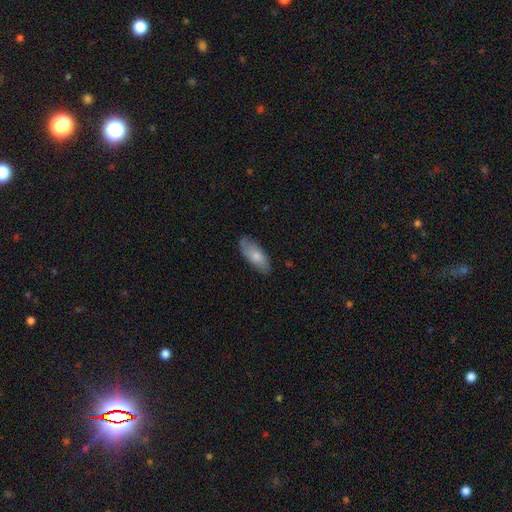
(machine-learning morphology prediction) A smooth galaxy with no disk features (73%) that is in between round and cigar-shaped (84%). Merging: none (74%).